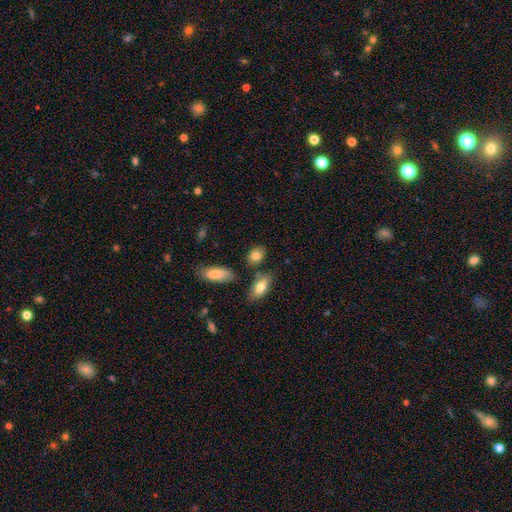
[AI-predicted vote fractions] This is clearly a smooth galaxy (82%). How rounded: likely in between (69%). Merging: likely none (74%).